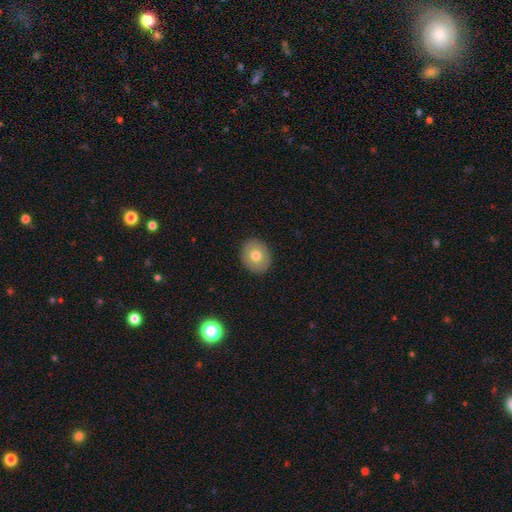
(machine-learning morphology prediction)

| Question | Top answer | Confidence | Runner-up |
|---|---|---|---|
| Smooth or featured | smooth | 72% | featured or disk (21%) |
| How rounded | round | 65% | in between (34%) |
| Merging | none | 90% | minor disturbance (7%) |